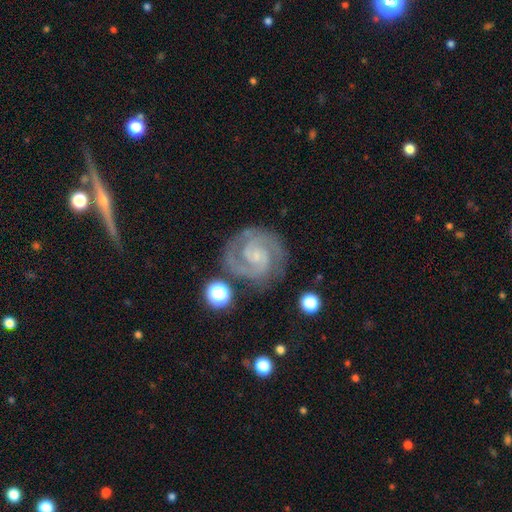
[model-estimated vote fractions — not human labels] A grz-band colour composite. It shows a featured or disk galaxy (90%) with no bar (56%), 2 (87%) tight (62%) spiral arms (98%) and a small central bulge (69%). Merging: none (81%).